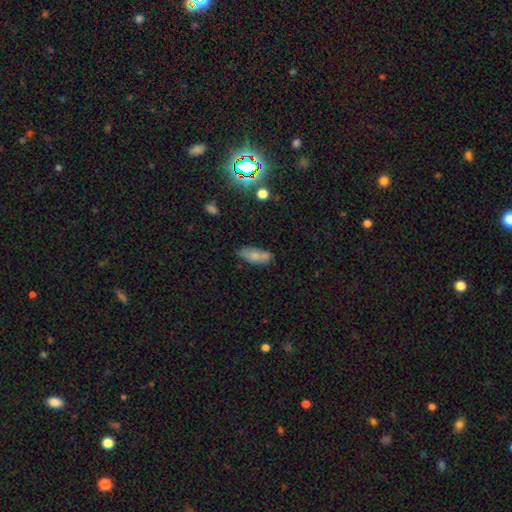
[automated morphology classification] Smooth or featured? Predicted: smooth (p=0.69). How rounded? Predicted: in between (p=0.81). Merging? Predicted: none (p=0.59).